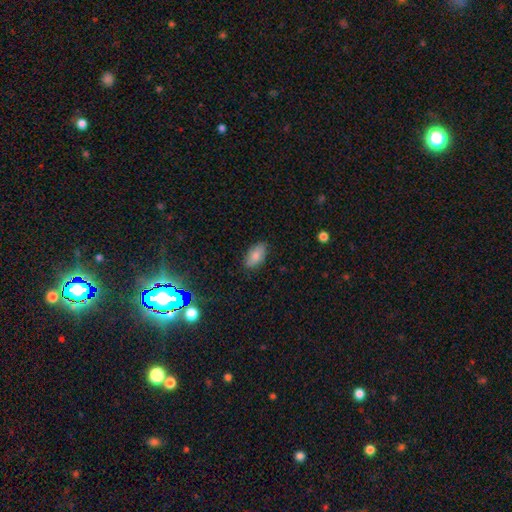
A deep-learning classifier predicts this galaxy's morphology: Smooth or featured? Predicted: smooth (p=0.80). How rounded? Predicted: in between (p=0.92). Merging? Predicted: none (p=0.82).